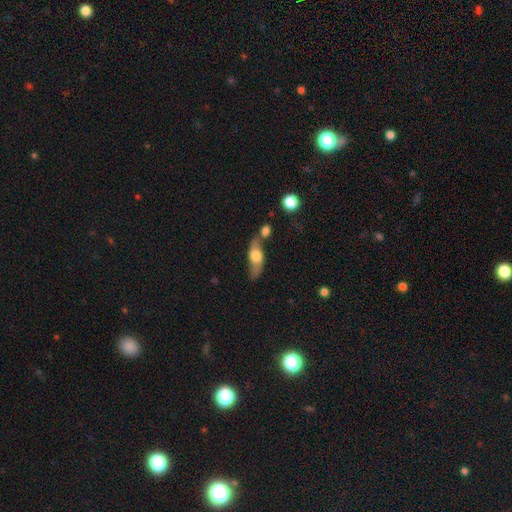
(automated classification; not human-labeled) Morphology: type=smooth (50%); roundness=in between (65%); merging=none (51%).